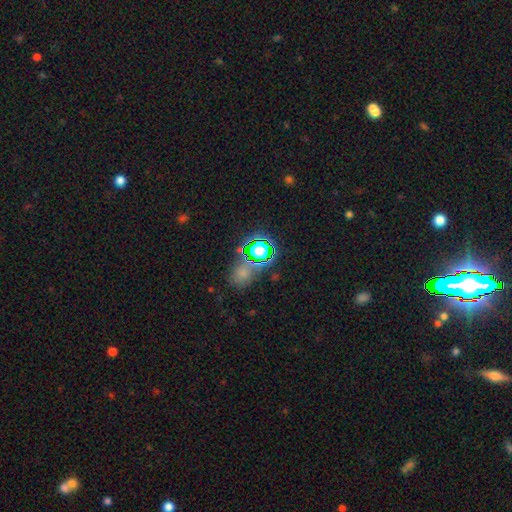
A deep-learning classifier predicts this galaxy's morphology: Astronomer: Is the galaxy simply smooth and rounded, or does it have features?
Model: star or artifact — 64%.